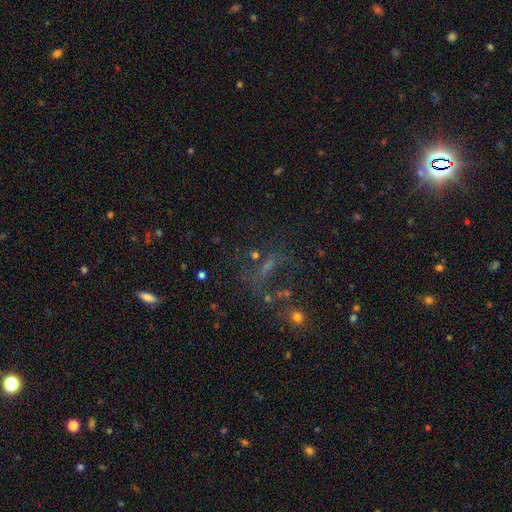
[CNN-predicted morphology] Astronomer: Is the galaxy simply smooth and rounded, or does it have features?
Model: star or artifact — 38% (runner-up: smooth, 33%).